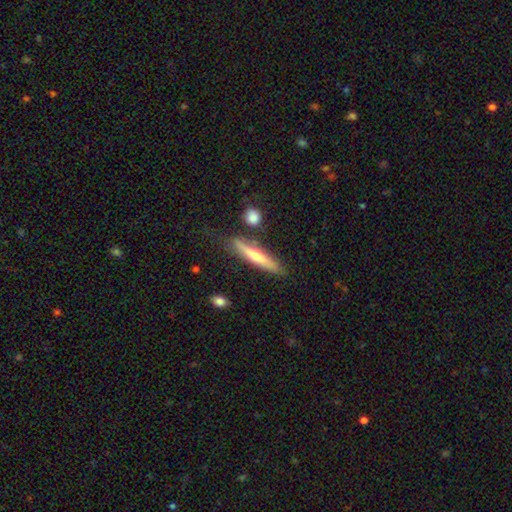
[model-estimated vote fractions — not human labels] This appears to be a featured or disk galaxy (48%). Merging: none (77%).